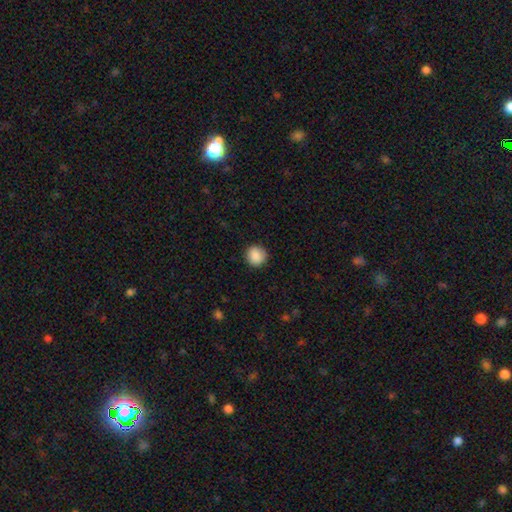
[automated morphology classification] smooth 88%, star or artifact 8%, featured or disk 4%. Down the decision tree: how rounded — round (92%); merging — none (89%).